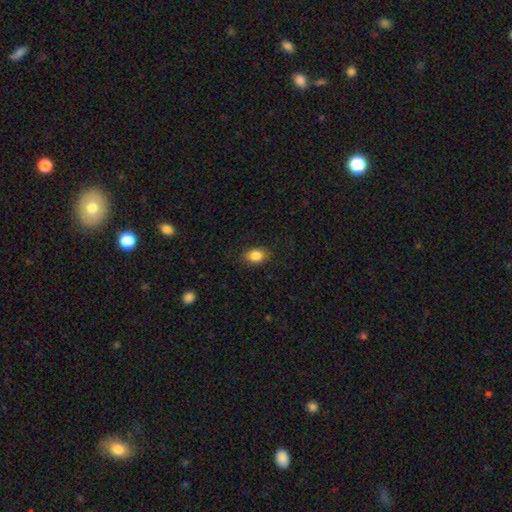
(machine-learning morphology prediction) smooth-or-featured: smooth: 85% | star or artifact: 9% | featured or disk: 6%
  how-rounded: in between: 64% | round: 35% | cigar-shaped: 1%
  merging: none: 85% | minor disturbance: 11% | major disturbance: 3% | merger: 1%